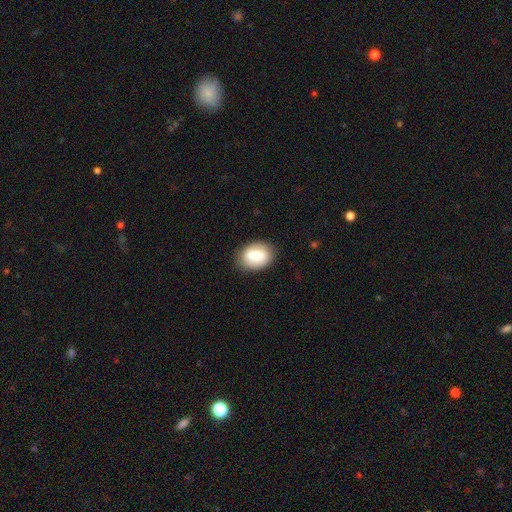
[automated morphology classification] Smooth or featured? smooth (73%)
How rounded? in between (71%)
Merging? none (80%)